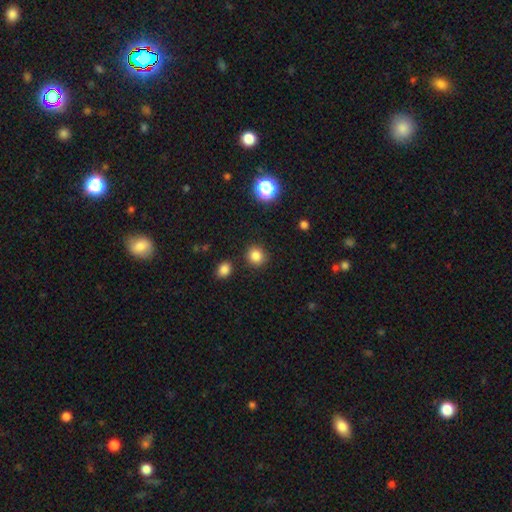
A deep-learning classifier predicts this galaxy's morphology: smooth-or-featured: smooth: 83% | star or artifact: 12% | featured or disk: 4%
  how-rounded: round: 89% | in between: 10% | cigar-shaped: 1%
  merging: none: 87% | minor disturbance: 7% | merger: 3% | major disturbance: 2%